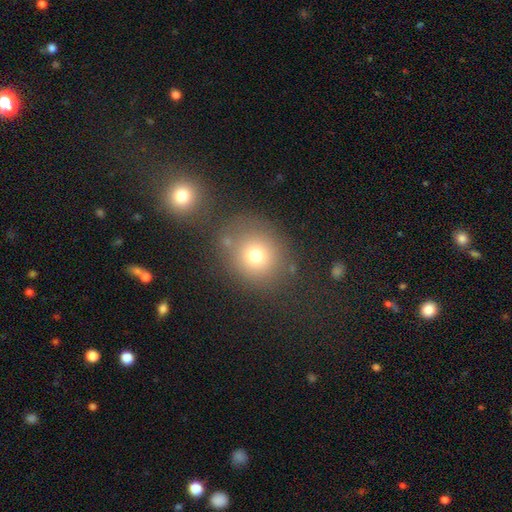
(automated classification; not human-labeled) This is likely a smooth galaxy (73%). How rounded: likely round (78%). Merging: likely none (67%).